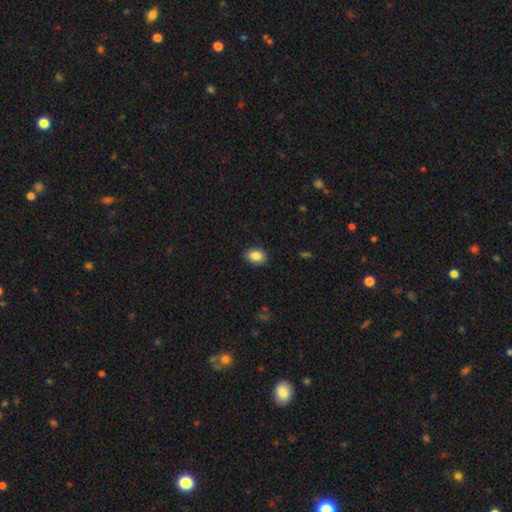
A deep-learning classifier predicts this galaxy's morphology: The model was most divided on "how rounded": in between: 71%, round: 28%, cigar-shaped: 1%. More confident: merging — none (88%); smooth or featured — smooth (86%).